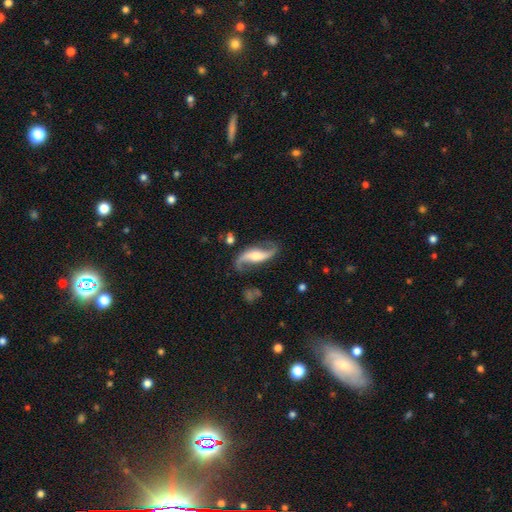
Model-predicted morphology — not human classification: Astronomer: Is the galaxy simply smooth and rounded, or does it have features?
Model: featured or disk — 89%.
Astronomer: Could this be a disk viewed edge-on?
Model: no — 94%.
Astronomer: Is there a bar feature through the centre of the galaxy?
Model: no — 41% (runner-up: weak, 32%).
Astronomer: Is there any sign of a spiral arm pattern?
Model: yes — 97%.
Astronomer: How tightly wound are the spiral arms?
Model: loose — 77%.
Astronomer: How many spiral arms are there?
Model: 2 — 93%.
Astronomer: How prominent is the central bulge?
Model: moderate — 49%.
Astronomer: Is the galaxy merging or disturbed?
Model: none — 77%.